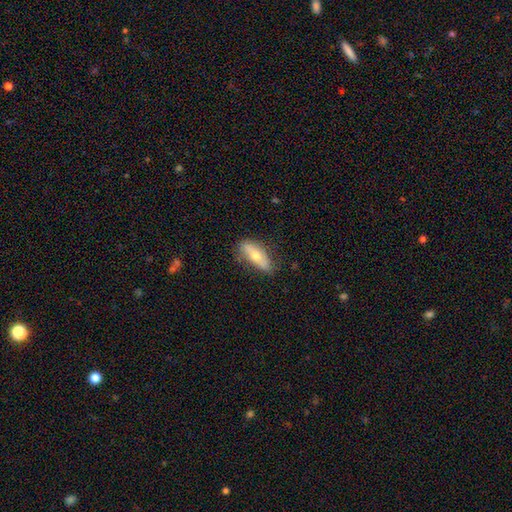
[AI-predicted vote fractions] The model was most divided on "smooth or featured": smooth: 59%, featured or disk: 35%, star or artifact: 6%. More confident: merging — none (69%); how rounded — in between (68%).